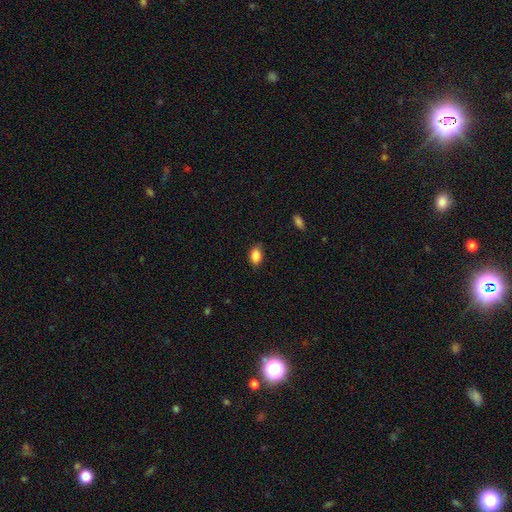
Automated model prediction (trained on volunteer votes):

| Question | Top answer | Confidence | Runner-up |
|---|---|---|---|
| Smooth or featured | smooth | 87% | star or artifact (8%) |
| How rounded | in between | 88% | round (10%) |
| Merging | none | 85% | minor disturbance (12%) |